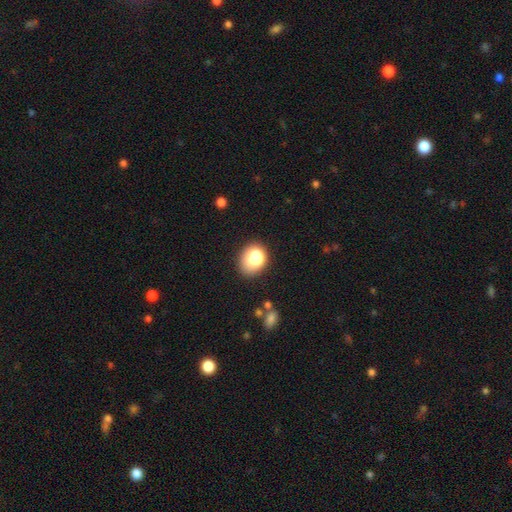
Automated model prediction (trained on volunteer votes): This appears to be a smooth galaxy with no disk features (77%) that is in between round and cigar-shaped (52%). Merging: none (61%).